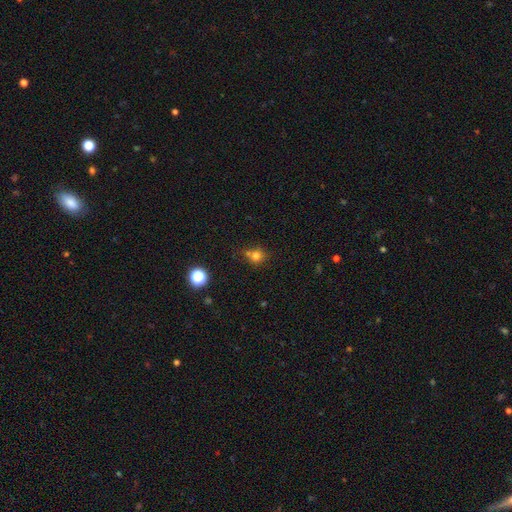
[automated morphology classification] Smooth or featured?
  - smooth: 75% *
  - star or artifact: 16%
  - featured or disk: 8%
How rounded?
  - round: 86% *
  - in between: 13%
  - cigar-shaped: 1%
Merging?
  - none: 59% *
  - merger: 25%
  - minor disturbance: 12%
  - major disturbance: 4%